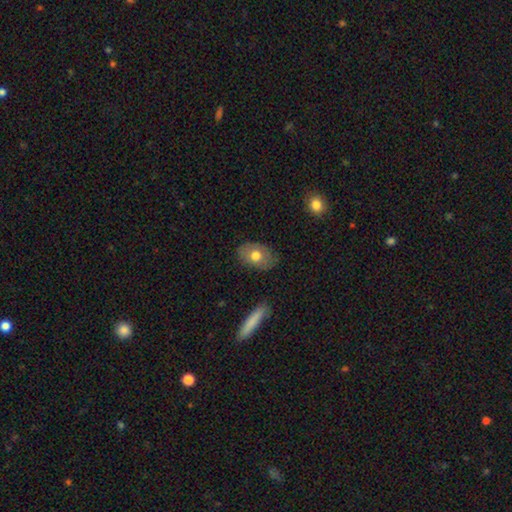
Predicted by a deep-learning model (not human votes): A smooth galaxy with no disk features (67%) that is in between round and cigar-shaped (82%).

Vote fractions:
- Smooth or featured? smooth: 67% / featured or disk: 26% / star or artifact: 7%
- How rounded? in between: 82% / round: 16% / cigar-shaped: 2%
- Merging? none: 79% / minor disturbance: 16% / major disturbance: 4% / merger: 1%